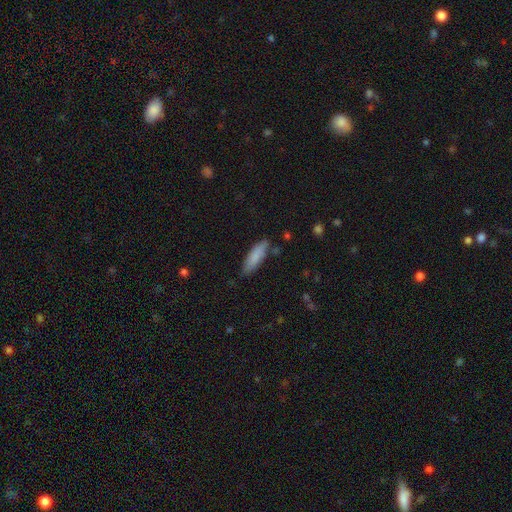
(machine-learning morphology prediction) smooth 85%, featured or disk 10%, star or artifact 6%. Down the decision tree: how rounded — cigar-shaped (54%); merging — none (78%).